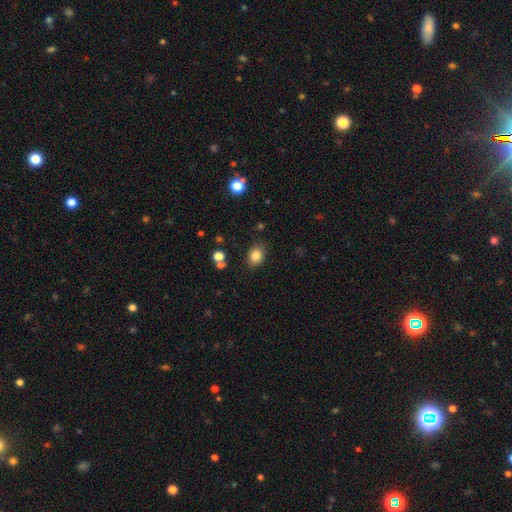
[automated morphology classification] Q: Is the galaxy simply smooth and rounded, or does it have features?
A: smooth — 83%.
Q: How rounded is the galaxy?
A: in between — 52%.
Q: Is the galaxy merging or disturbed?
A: none — 82%.